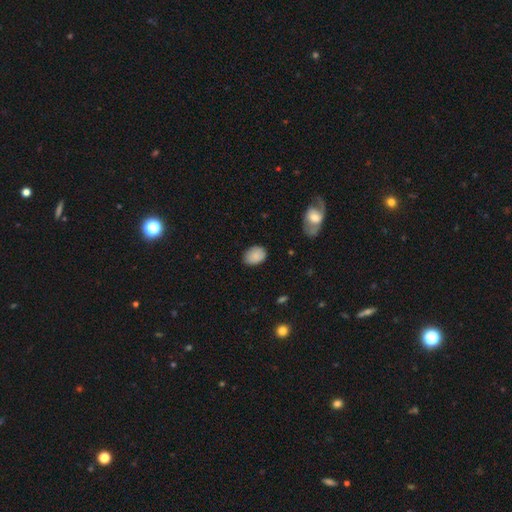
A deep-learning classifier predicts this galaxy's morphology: Smooth or featured? Predicted: smooth (p=0.85). How rounded? Predicted: in between (p=0.75). Merging? Predicted: none (p=0.81).